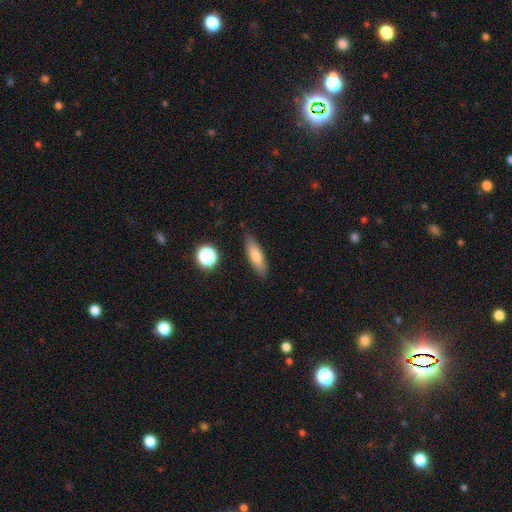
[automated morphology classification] type=smooth (70%); roundness=cigar-shaped (59%); merging=none (84%).